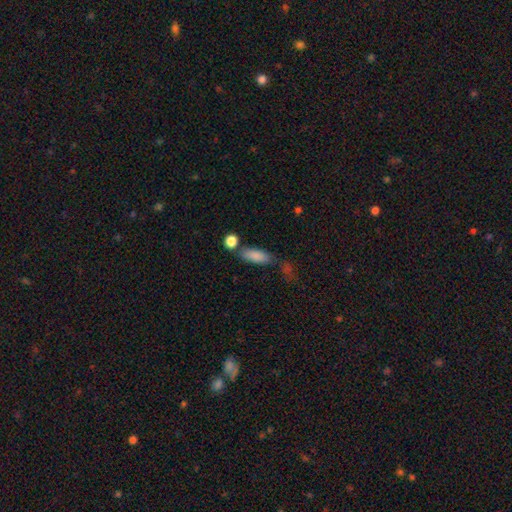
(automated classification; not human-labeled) Smooth or featured?
  - smooth: 85% *
  - star or artifact: 8%
  - featured or disk: 8%
How rounded?
  - in between: 72% *
  - cigar-shaped: 25%
  - round: 4%
Merging?
  - none: 58% *
  - minor disturbance: 18%
  - merger: 16%
  - major disturbance: 8%